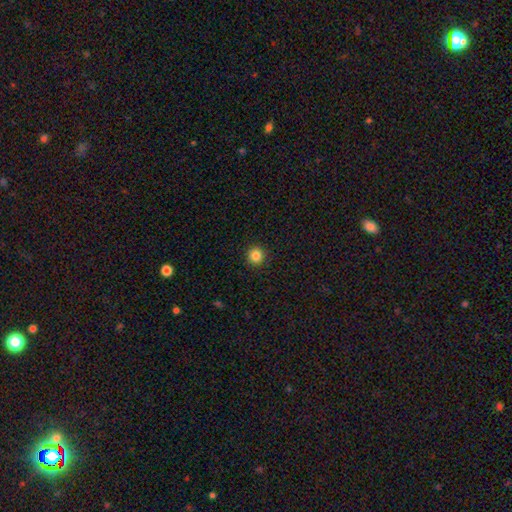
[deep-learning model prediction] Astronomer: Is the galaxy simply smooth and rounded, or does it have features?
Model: smooth — 85%.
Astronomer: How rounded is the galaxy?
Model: round — 95%.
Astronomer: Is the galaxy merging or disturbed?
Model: none — 93%.